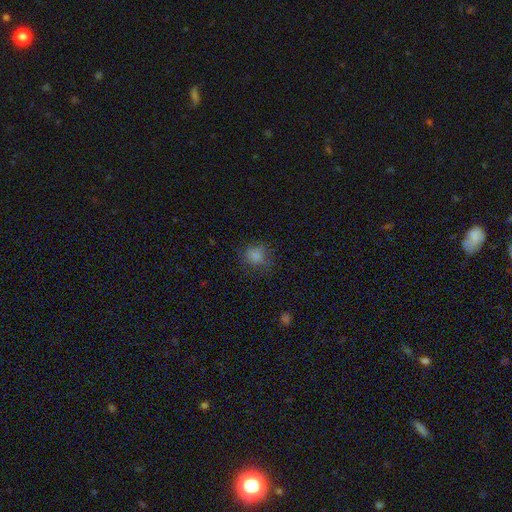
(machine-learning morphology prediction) Overall: smooth (79%). How rounded: round (78%). Merging: none (70%).